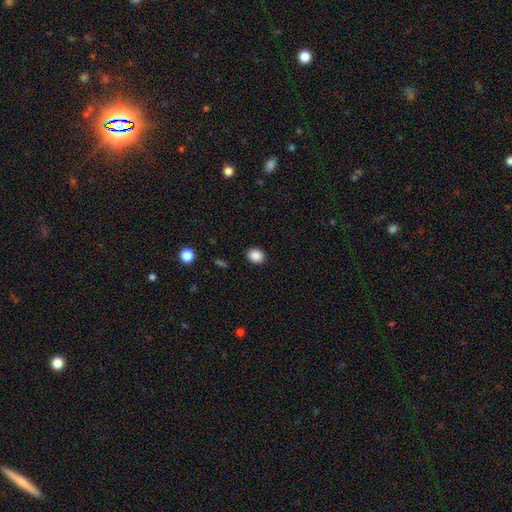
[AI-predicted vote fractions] A smooth galaxy with no disk features (88%) that is round (66%).

Vote fractions:
- Smooth or featured? smooth: 88% / star or artifact: 9% / featured or disk: 3%
- How rounded? round: 66% / in between: 33% / cigar-shaped: 1%
- Merging? none: 90% / minor disturbance: 6% / major disturbance: 2% / merger: 1%